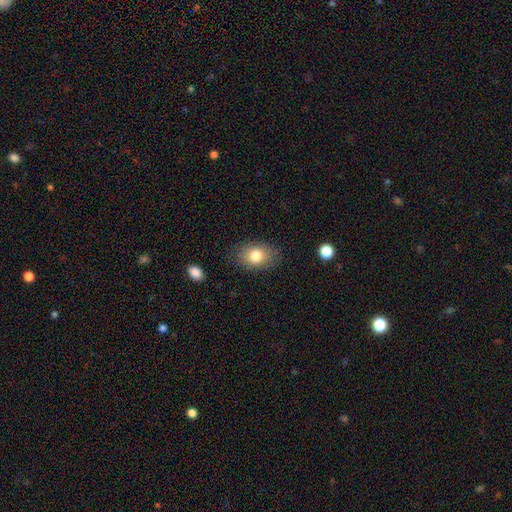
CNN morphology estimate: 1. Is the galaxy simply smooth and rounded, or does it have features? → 80% smooth, 11% featured or disk, 9% star or artifact.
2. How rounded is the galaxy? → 80% in between, 19% round, 1% cigar-shaped.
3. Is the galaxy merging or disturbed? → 82% none, 13% minor disturbance, 4% major disturbance, 1% merger.